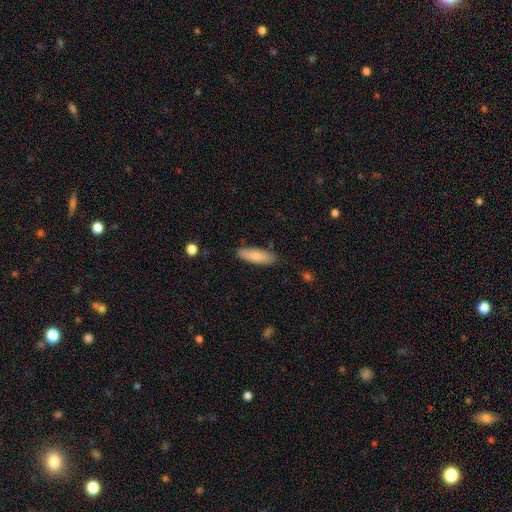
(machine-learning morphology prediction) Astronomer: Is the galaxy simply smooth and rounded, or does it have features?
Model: smooth — 81%.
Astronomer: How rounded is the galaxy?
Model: in between — 59% (runner-up: cigar-shaped, 39%).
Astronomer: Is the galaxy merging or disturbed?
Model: none — 82%.